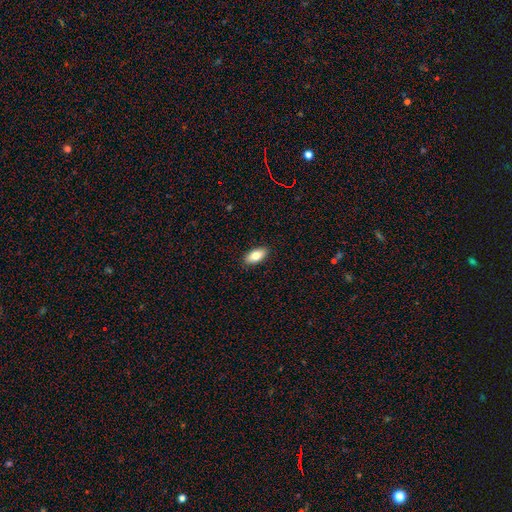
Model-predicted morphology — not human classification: type=smooth (81%); roundness=in between (90%); merging=none (90%).